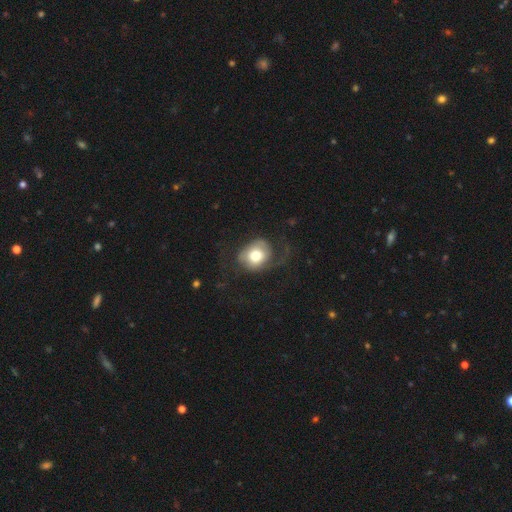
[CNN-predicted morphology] This is possibly a smooth galaxy (56%). How rounded: possibly round (57%). Merging: marginally none (44%).